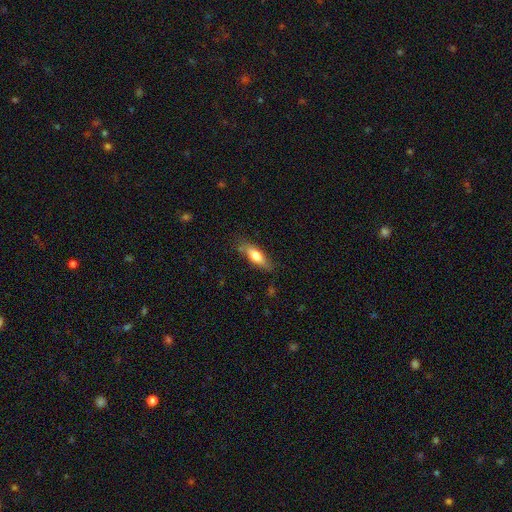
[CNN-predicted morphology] smooth 70%, featured or disk 24%, star or artifact 6%. Down the decision tree: how rounded — in between (58%); merging — none (76%).